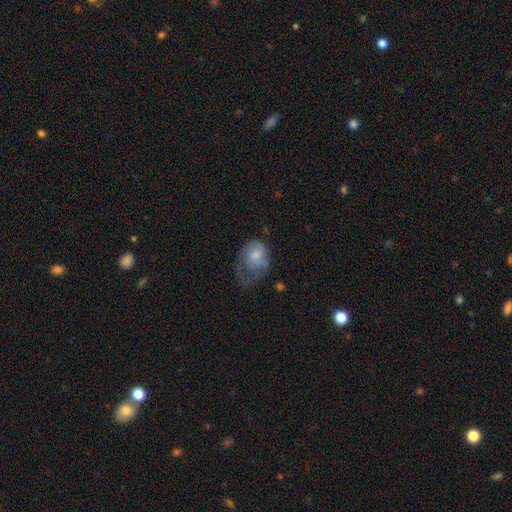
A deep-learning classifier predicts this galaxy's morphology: smooth-or-featured: smooth: 54% | featured or disk: 39% | star or artifact: 7%
  how-rounded: in between: 59% | round: 40% | cigar-shaped: 1%
  merging: major disturbance: 48% | minor disturbance: 28% | none: 21% | merger: 2%